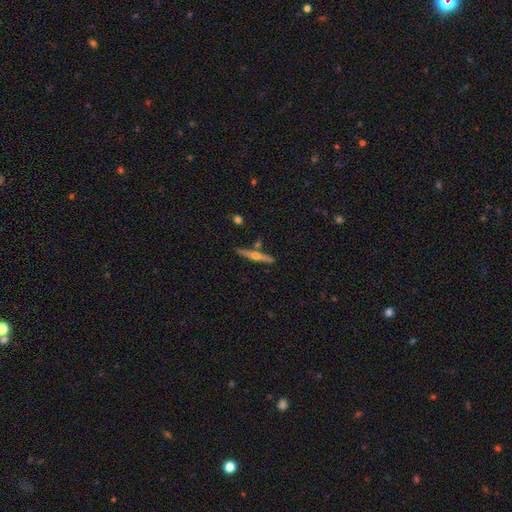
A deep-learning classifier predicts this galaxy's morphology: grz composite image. It shows a featured or disk galaxy (66%) viewed edge-on (97%) with a rounded central bulge (88%). Merging: none (83%).